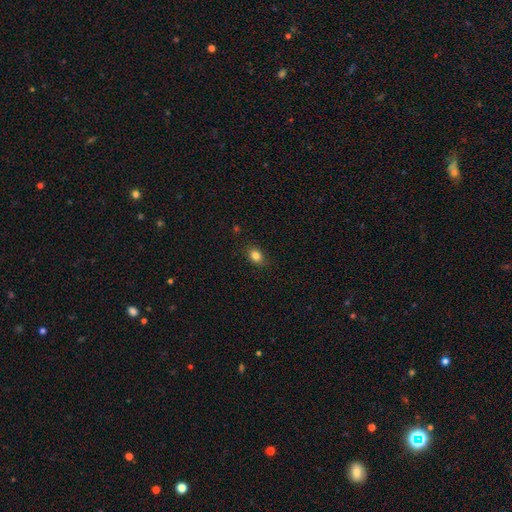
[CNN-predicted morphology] This appears to be a smooth galaxy with no disk features (84%) that is in between round and cigar-shaped (66%). Merging: none (84%).